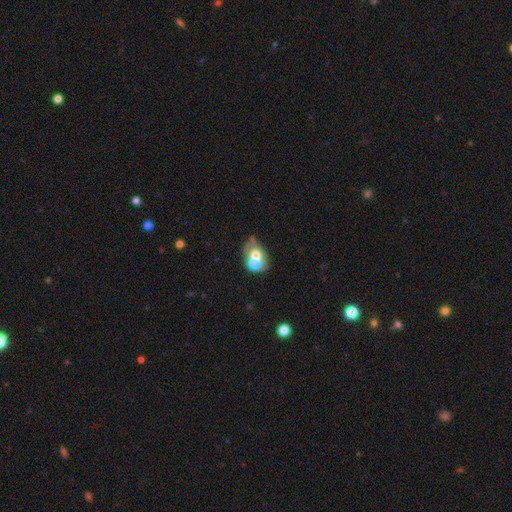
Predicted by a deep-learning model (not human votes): Smooth or featured?
  - smooth: 55% *
  - featured or disk: 34%
  - star or artifact: 11%
How rounded?
  - in between: 62% *
  - round: 37%
  - cigar-shaped: 1%
Merging?
  - merger: 60% *
  - none: 23%
  - minor disturbance: 10%
  - major disturbance: 8%